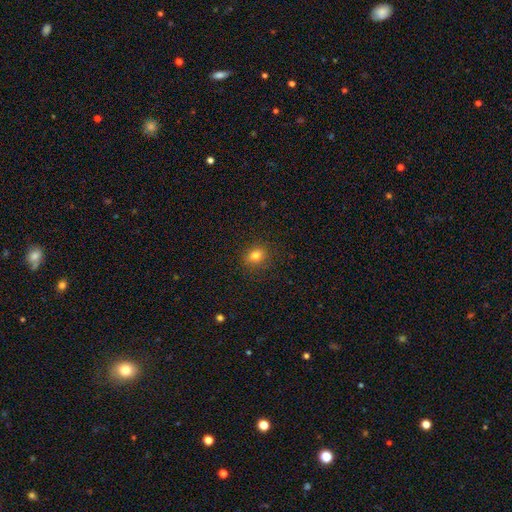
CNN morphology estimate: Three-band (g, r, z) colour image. It shows a smooth galaxy with no disk features (78%) that is in between round and cigar-shaped (51%). Merging: none (86%).